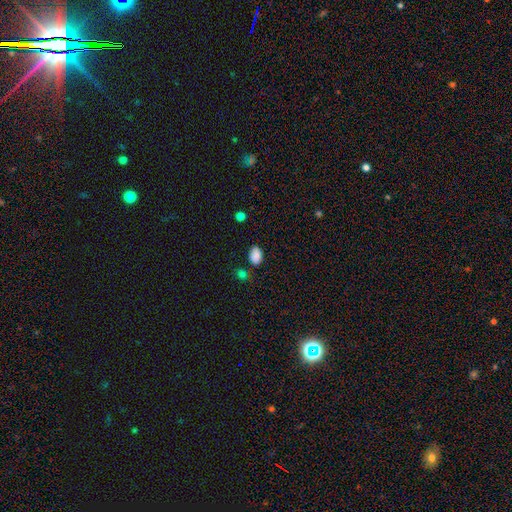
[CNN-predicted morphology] smooth 87%, star or artifact 9%, featured or disk 4%. Down the decision tree: how rounded — in between (85%); merging — none (74%).